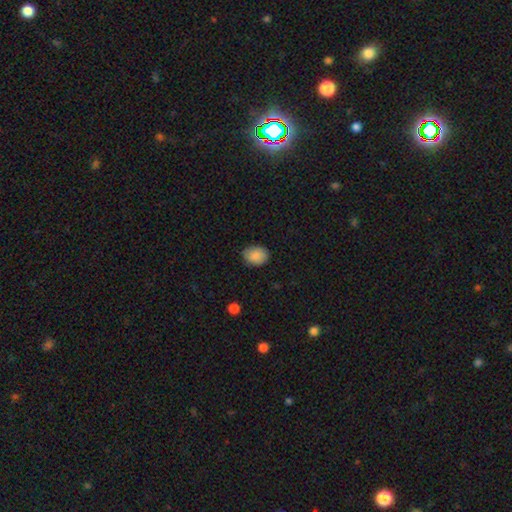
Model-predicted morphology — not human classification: A smooth galaxy with no disk features (88%) that is in between round and cigar-shaped (60%).

Vote fractions:
- Smooth or featured? smooth: 88% / star or artifact: 7% / featured or disk: 5%
- How rounded? in between: 60% / round: 39% / cigar-shaped: 1%
- Merging? none: 81% / minor disturbance: 16% / major disturbance: 3% / merger: 1%